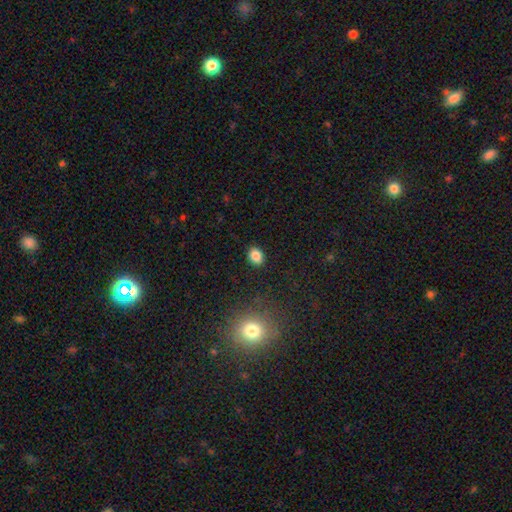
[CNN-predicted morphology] This is clearly a smooth galaxy (85%). How rounded: possibly in between (59%). Merging: clearly none (89%).